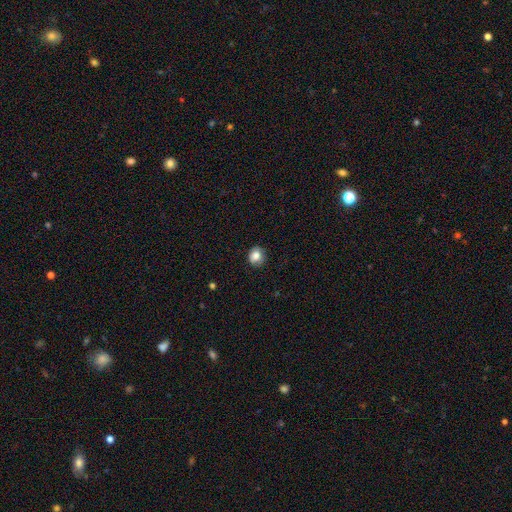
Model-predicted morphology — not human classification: smooth 80%, featured or disk 10%, star or artifact 10%. Down the decision tree: how rounded — round (78%); merging — none (84%).